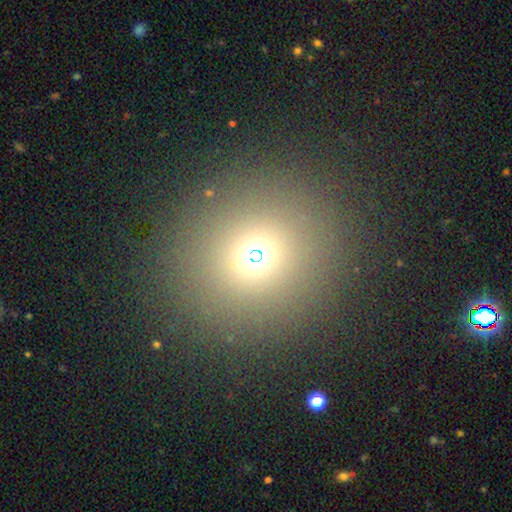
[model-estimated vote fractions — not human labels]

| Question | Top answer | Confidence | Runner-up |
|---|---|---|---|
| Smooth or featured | smooth | 65% | star or artifact (26%) |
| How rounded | round | 90% | in between (9%) |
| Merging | none | 86% | minor disturbance (6%) |